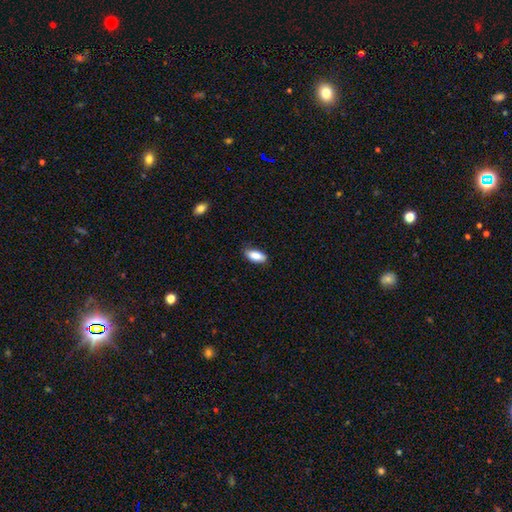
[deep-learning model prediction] This appears to be a smooth galaxy with no disk features (85%) that is in between round and cigar-shaped (85%). Merging: none (79%).